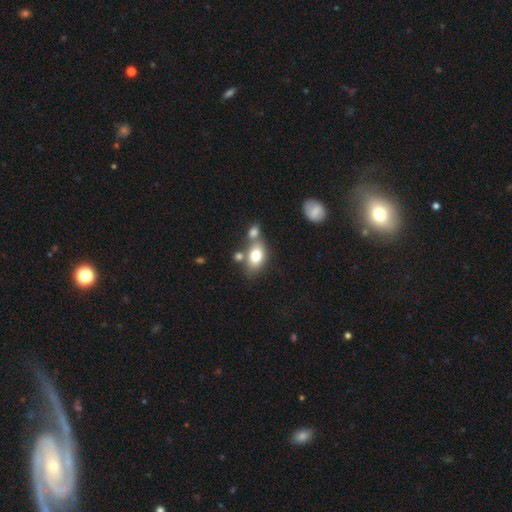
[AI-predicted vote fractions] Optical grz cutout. It shows a smooth galaxy with no disk features (75%) that is in between round and cigar-shaped (82%). Merging: none (47%).